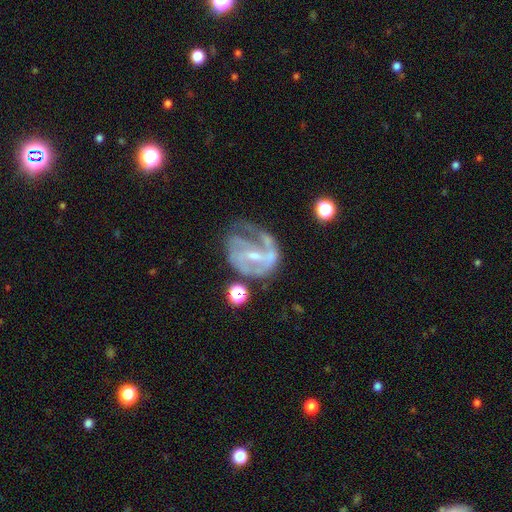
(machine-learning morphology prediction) Overall: featured or disk (82%). Edge-on disk: no (97%). Bar: weak (44%; strong 30%). Spiral arms: yes (84%). Spiral arm count: 2 (46%; can't tell 22%). Spiral winding: medium (44%; tight 35%). Bulge size: small (64%; moderate 26%). Merging: none (39%; major disturbance 29%).